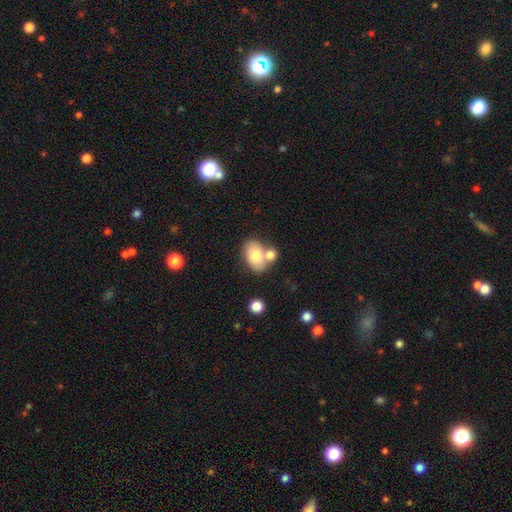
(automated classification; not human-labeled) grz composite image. It shows a smooth galaxy with no disk features (75%) that is in between round and cigar-shaped (81%). Merging: none (44%).